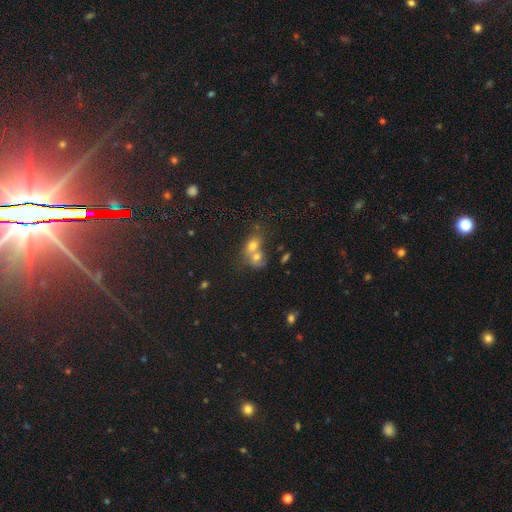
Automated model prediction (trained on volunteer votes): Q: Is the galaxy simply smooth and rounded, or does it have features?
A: smooth — 59%.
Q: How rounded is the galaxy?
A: round — 56%.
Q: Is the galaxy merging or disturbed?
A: merger — 65%.